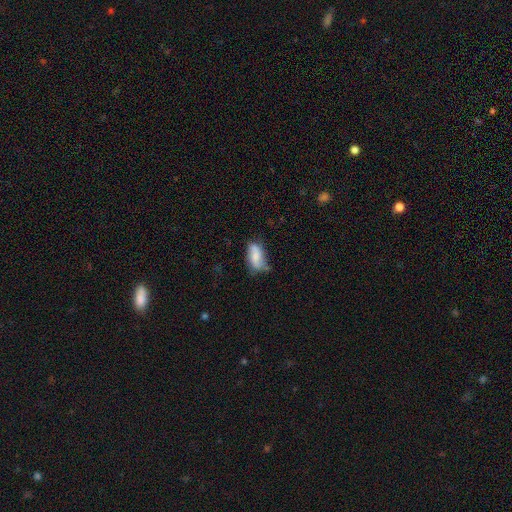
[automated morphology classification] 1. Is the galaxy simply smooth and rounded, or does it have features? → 63% smooth, 29% featured or disk, 8% star or artifact.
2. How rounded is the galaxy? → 88% in between, 8% cigar-shaped, 4% round.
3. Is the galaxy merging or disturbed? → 47% none, 35% minor disturbance, 13% major disturbance, 5% merger.